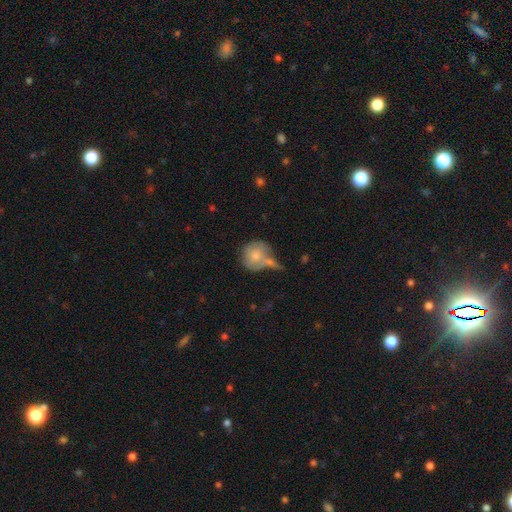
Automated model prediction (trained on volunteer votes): Smooth or featured? Predicted: smooth (p=0.67). How rounded? Predicted: round (p=0.81). Merging? Predicted: none (p=0.37).